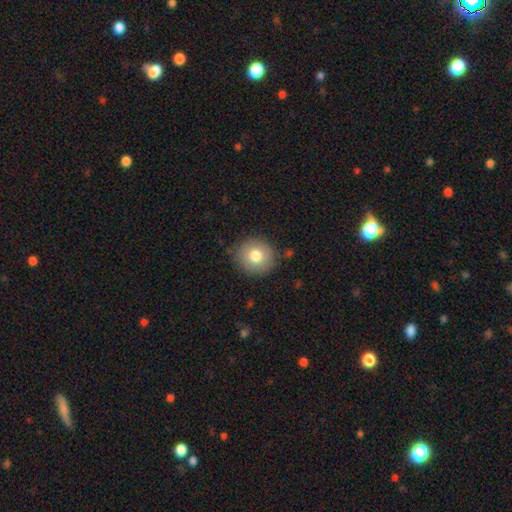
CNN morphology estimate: This is likely a smooth galaxy (78%). How rounded: clearly round (91%). Merging: clearly none (86%).